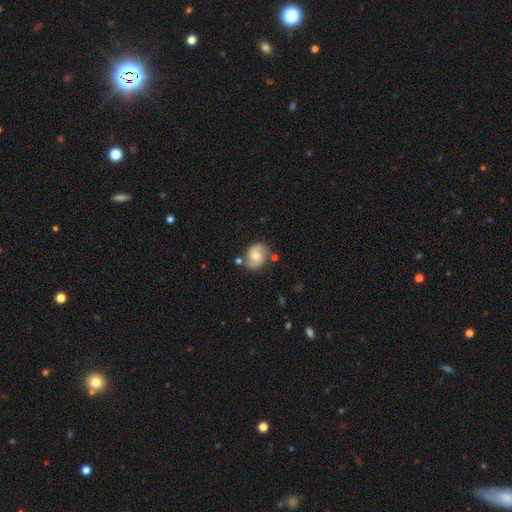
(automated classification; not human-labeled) Morphology: type=featured or disk (47%); merging=none (73%).